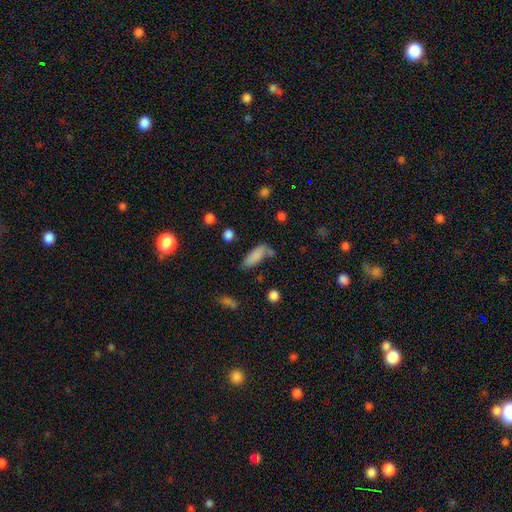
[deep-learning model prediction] This appears to be a smooth galaxy with no disk features (82%) that is in between round and cigar-shaped (65%). Merging: none (57%).